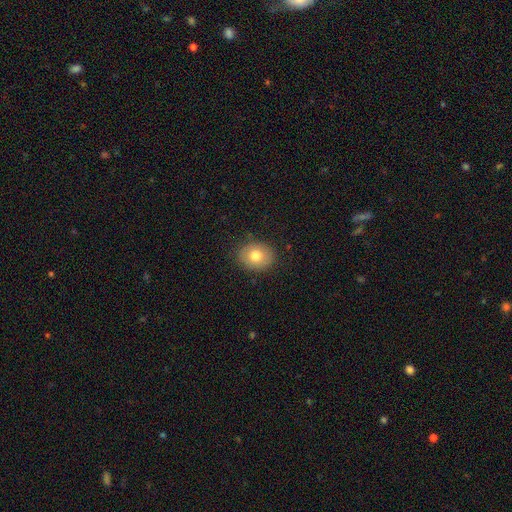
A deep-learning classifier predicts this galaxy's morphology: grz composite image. It shows a smooth galaxy with no disk features (76%) that is round (56%). Merging: none (86%).